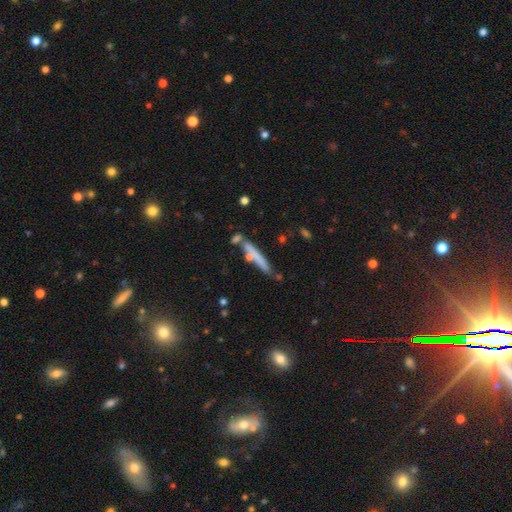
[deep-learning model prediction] A smooth galaxy with no disk features (53%) that is cigar-shaped (93%). Merging: none (68%).